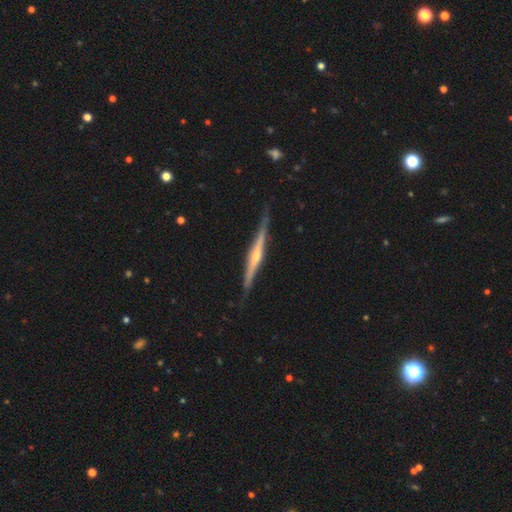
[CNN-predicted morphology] A featured or disk galaxy (77%) viewed edge-on (98%) with a rounded central bulge (79%). Merging: none (83%).